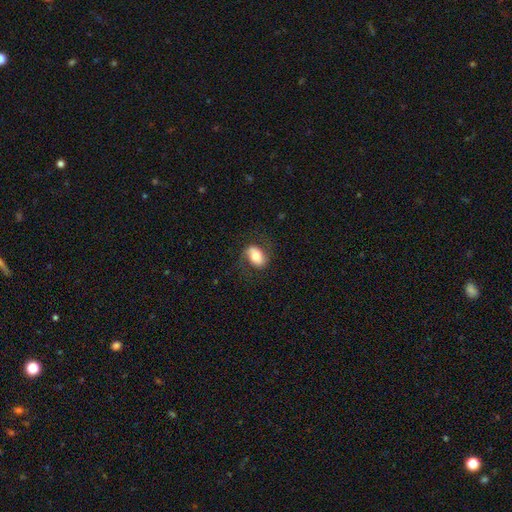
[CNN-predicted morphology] This appears to be a smooth galaxy with no disk features (53%) that is in between round and cigar-shaped (80%). Merging: none (70%).